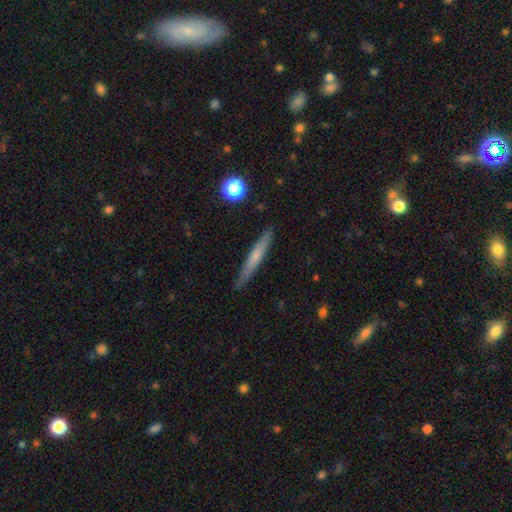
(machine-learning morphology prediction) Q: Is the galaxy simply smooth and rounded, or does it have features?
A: smooth — 56%.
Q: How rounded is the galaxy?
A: cigar-shaped — 95%.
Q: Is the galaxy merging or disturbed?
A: none — 88%.